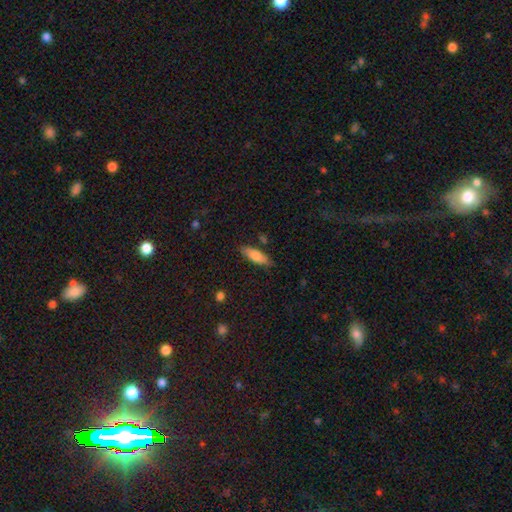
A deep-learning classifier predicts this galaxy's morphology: Overall: smooth (76%). How rounded: in between (55%; cigar-shaped 43%). Merging: none (82%).